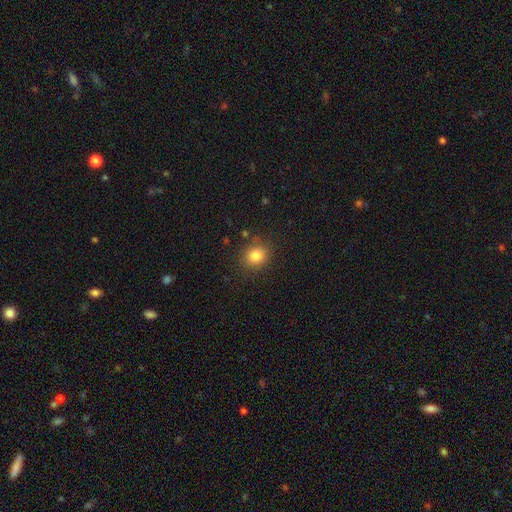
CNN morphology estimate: A smooth galaxy with no disk features (82%) that is round (77%). Merging: none (85%).